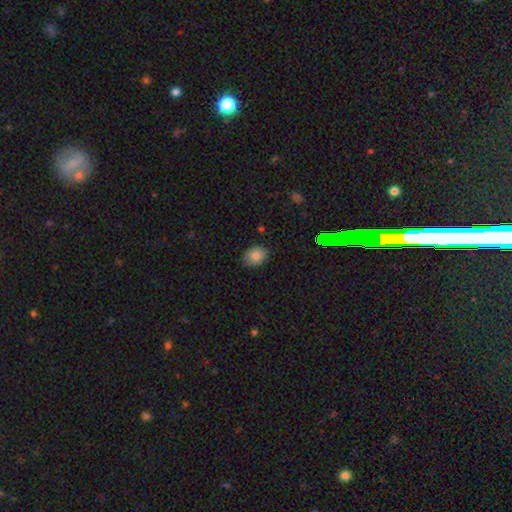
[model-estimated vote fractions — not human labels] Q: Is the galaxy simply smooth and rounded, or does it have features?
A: smooth — 82%.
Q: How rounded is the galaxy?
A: in between — 64%.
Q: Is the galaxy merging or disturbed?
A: none — 85%.